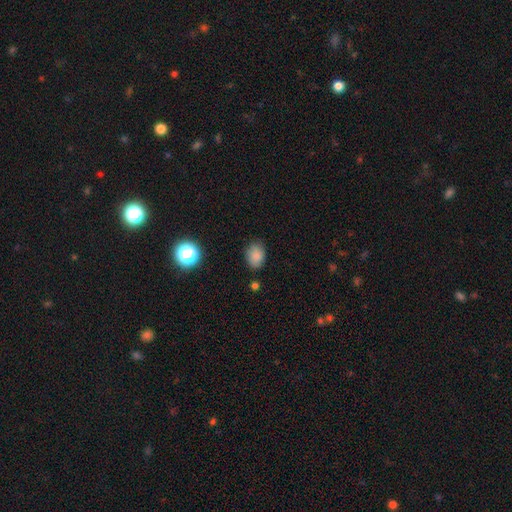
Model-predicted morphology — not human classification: This is clearly a smooth galaxy (83%). How rounded: likely in between (65%). Merging: likely none (78%).